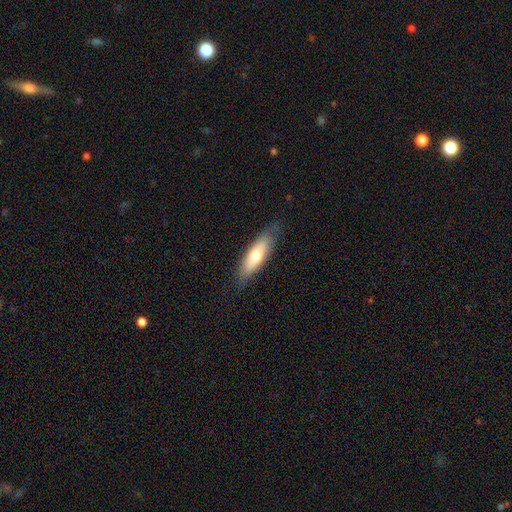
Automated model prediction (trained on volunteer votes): A smooth galaxy with no disk features (65%) that is in between round and cigar-shaped (51%). Merging: none (80%).